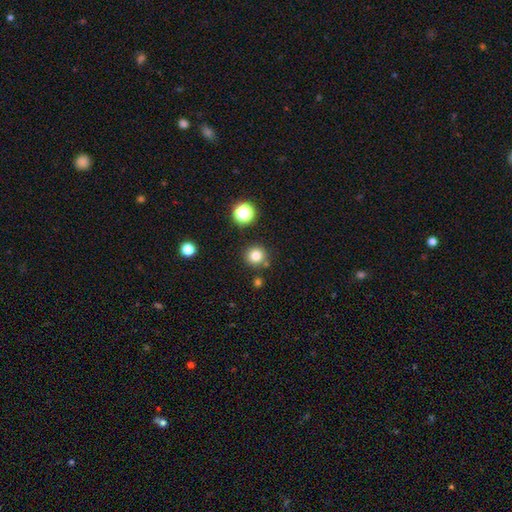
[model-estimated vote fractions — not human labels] A smooth galaxy with no disk features (81%) that is round (94%).

Vote fractions:
- Smooth or featured? smooth: 81% / star or artifact: 13% / featured or disk: 6%
- How rounded? round: 94% / in between: 5% / cigar-shaped: 1%
- Merging? none: 84% / minor disturbance: 7% / merger: 6% / major disturbance: 3%